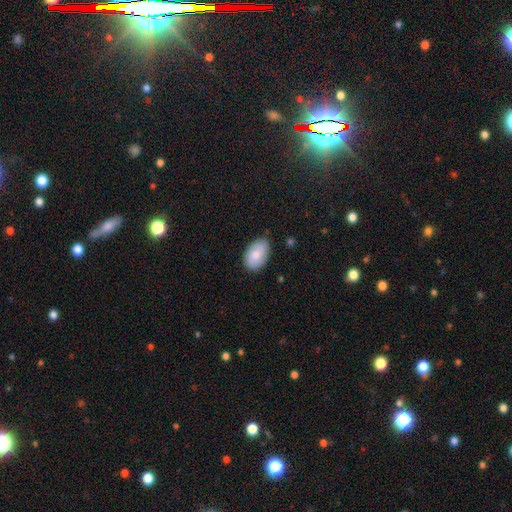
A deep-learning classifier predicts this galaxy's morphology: smooth_or_featured: smooth (p=0.77) [alt: featured or disk p=0.16]
how_rounded: in between (p=0.90) [alt: round p=0.09]
merging: none (p=0.78) [alt: minor disturbance p=0.18]